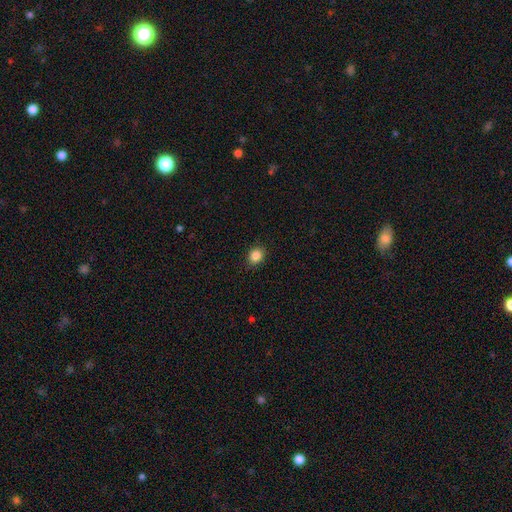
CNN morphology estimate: smooth 87%, star or artifact 10%, featured or disk 4%. Down the decision tree: how rounded — round (54%); merging — none (89%).